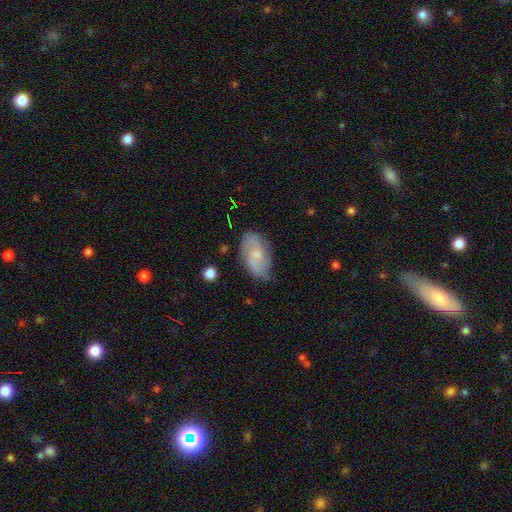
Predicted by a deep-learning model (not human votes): A featured or disk galaxy (62%) with no bar (56%), 2 (65%) medium (45%) spiral arms (89%) and a small central bulge (54%).

Vote fractions:
- Smooth or featured? featured or disk: 62% / smooth: 31% / star or artifact: 7%
- Edge-on disk? no: 96% / yes: 4%
- Bar? no: 56% / weak: 40% / strong: 5%
- Spiral arms? yes: 89% / no: 11%
- Spiral winding? medium: 45% / loose: 28% / tight: 27%
- Spiral arm count? 2: 65% / can't tell: 21% / 3: 7% / 1: 4% / 4: 2% / more than 4: 2%
- Bulge size? small: 54% / moderate: 32% / none: 11% / large: 2% / dominant: 1%
- Merging? none: 68% / minor disturbance: 24% / major disturbance: 6% / merger: 2%